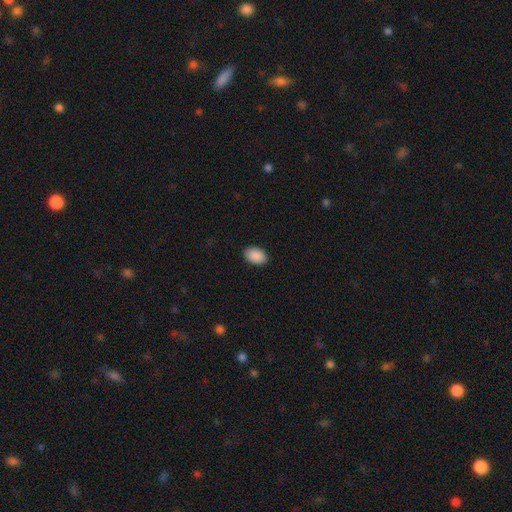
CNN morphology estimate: A smooth galaxy with no disk features (91%) that is in between round and cigar-shaped (89%).

Vote fractions:
- Smooth or featured? smooth: 91% / star or artifact: 7% / featured or disk: 2%
- How rounded? in between: 89% / round: 10% / cigar-shaped: 1%
- Merging? none: 90% / minor disturbance: 7% / major disturbance: 2% / merger: 1%